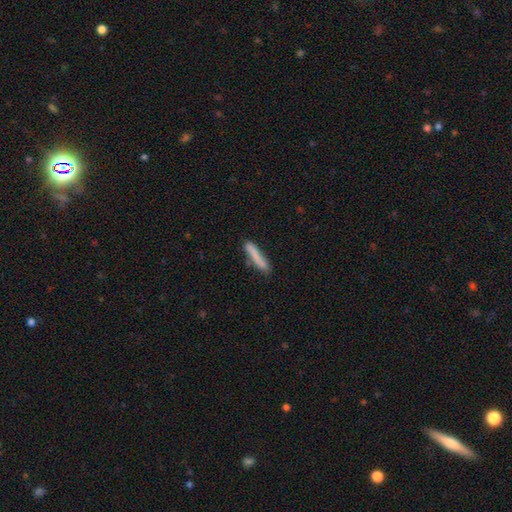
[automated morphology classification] type=smooth (78%); roundness=cigar-shaped (92%); merging=none (79%).